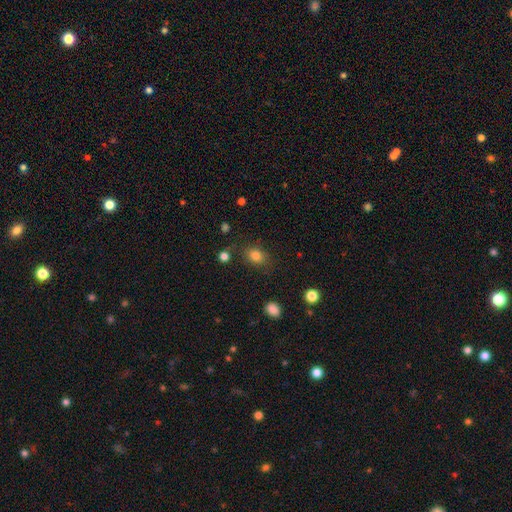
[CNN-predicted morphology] smooth 82%, star or artifact 12%, featured or disk 7%. Down the decision tree: how rounded — in between (59%); merging — none (78%).